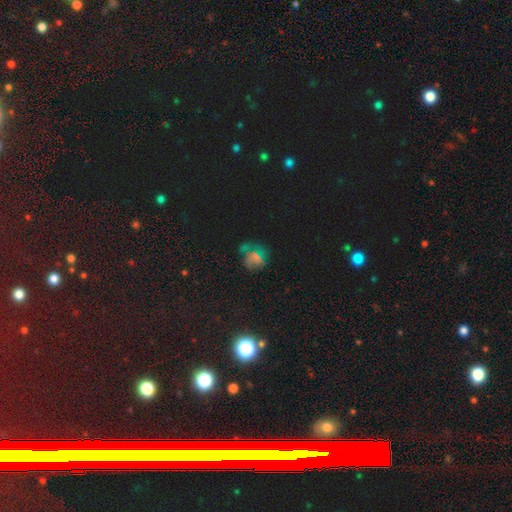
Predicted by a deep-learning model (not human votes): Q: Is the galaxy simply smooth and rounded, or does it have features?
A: star or artifact — 41%.